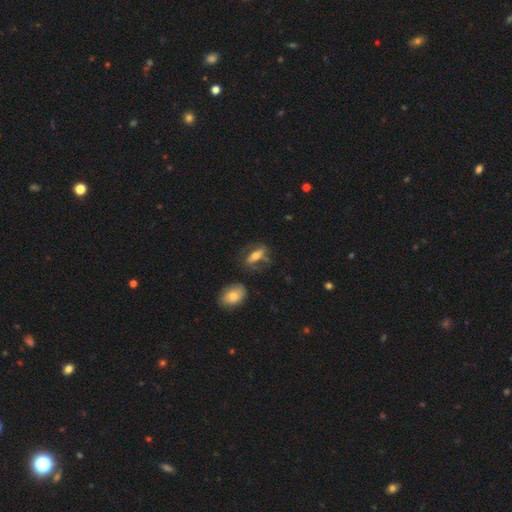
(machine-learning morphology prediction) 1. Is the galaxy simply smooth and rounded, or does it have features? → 48% smooth, 43% featured or disk, 9% star or artifact.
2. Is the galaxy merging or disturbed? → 57% none, 22% minor disturbance, 14% major disturbance, 7% merger.